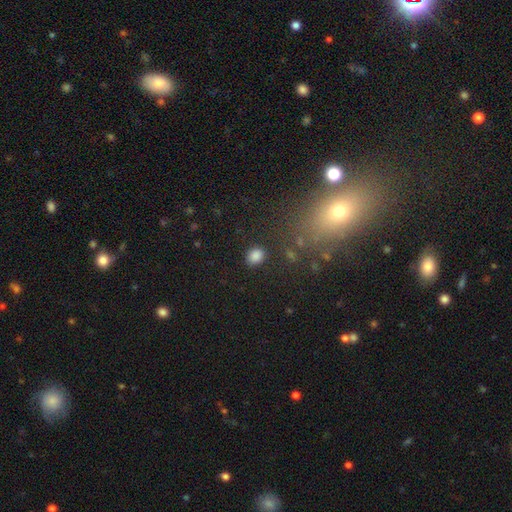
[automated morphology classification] The model was most divided on "how rounded": round: 51%, in between: 48%, cigar-shaped: 1%. More confident: smooth or featured — smooth (84%); merging — none (84%).